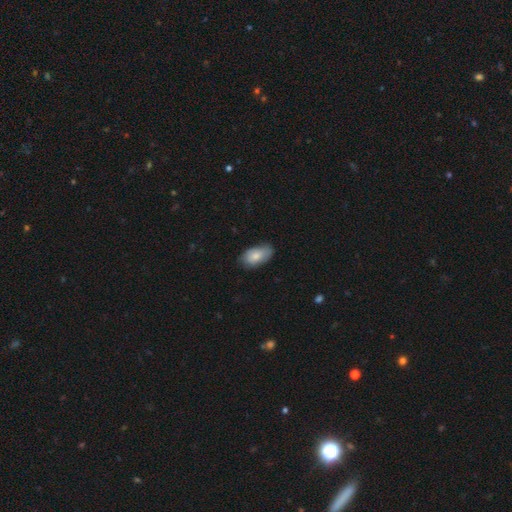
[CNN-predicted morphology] smooth_or_featured: smooth (p=0.80) [alt: featured or disk p=0.14]
how_rounded: in between (p=0.94) [alt: round p=0.04]
merging: none (p=0.73) [alt: minor disturbance p=0.23]